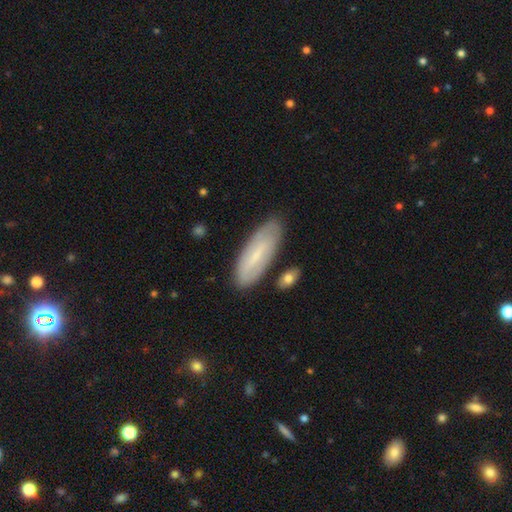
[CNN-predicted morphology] Smooth or featured?
  - smooth: 55% *
  - featured or disk: 37%
  - star or artifact: 7%
How rounded?
  - in between: 61% *
  - cigar-shaped: 37%
  - round: 2%
Merging?
  - none: 78% *
  - minor disturbance: 15%
  - merger: 4%
  - major disturbance: 4%